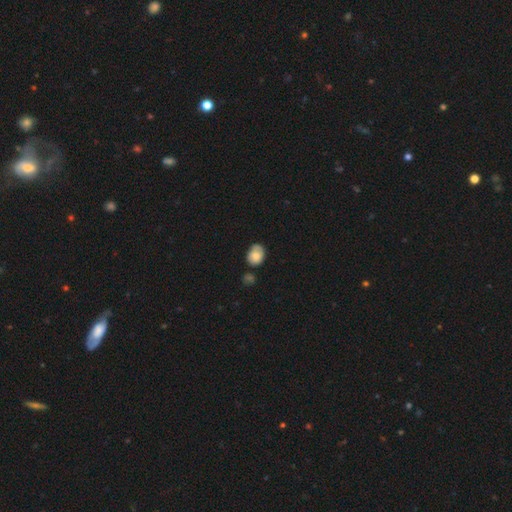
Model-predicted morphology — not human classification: Q: Smooth or featured?
A: smooth (78%); runner-up: featured or disk (14%)
Q: How rounded?
A: in between (60%); runner-up: round (39%)
Q: Merging?
A: none (50%); runner-up: minor disturbance (34%)